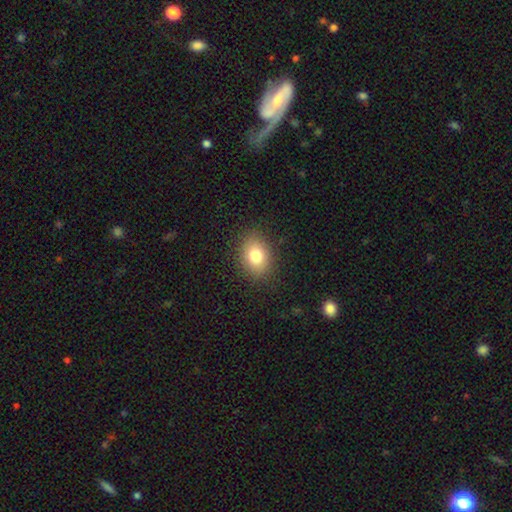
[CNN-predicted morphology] Smooth or featured?
  - smooth: 80% *
  - star or artifact: 10%
  - featured or disk: 10%
How rounded?
  - in between: 67% *
  - round: 32%
  - cigar-shaped: 1%
Merging?
  - none: 87% *
  - minor disturbance: 9%
  - major disturbance: 3%
  - merger: 1%